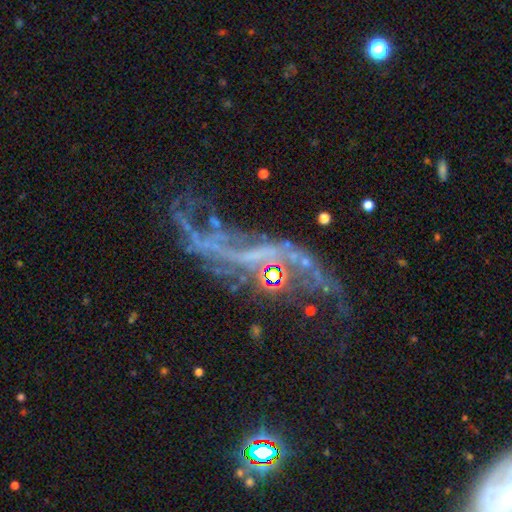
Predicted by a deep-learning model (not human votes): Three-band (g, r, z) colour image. It shows a featured or disk galaxy (80%) with no bar (42%), 2 (78%) loose (85%) spiral arms (84%) and a small central bulge (59%). Merging: none (40%).